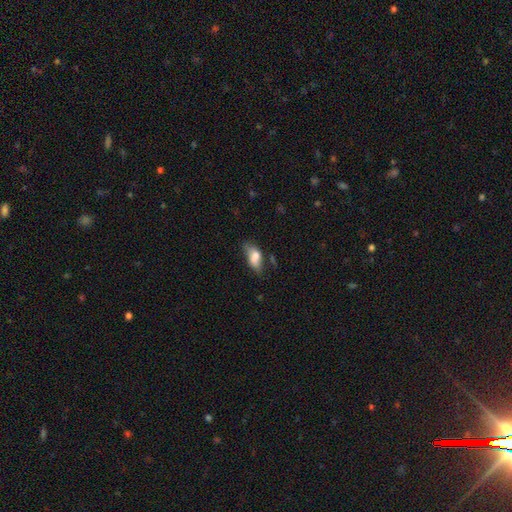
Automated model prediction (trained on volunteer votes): Morphology: type=smooth (74%); roundness=in between (87%); merging=none (43%).